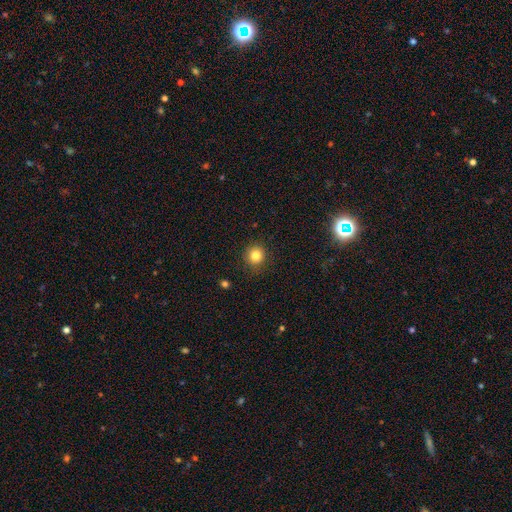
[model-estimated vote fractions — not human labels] Q: Smooth or featured?
A: smooth (83%); runner-up: star or artifact (11%)
Q: How rounded?
A: round (90%); runner-up: in between (10%)
Q: Merging?
A: none (88%); runner-up: minor disturbance (8%)